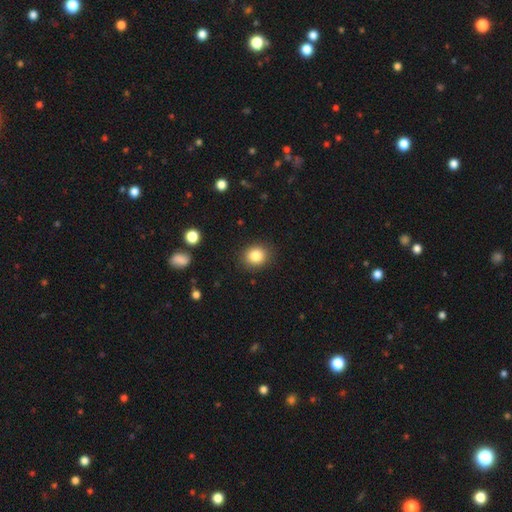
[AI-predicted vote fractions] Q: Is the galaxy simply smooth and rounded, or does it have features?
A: smooth — 84%.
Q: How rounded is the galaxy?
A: round — 77%.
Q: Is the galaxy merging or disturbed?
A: none — 89%.